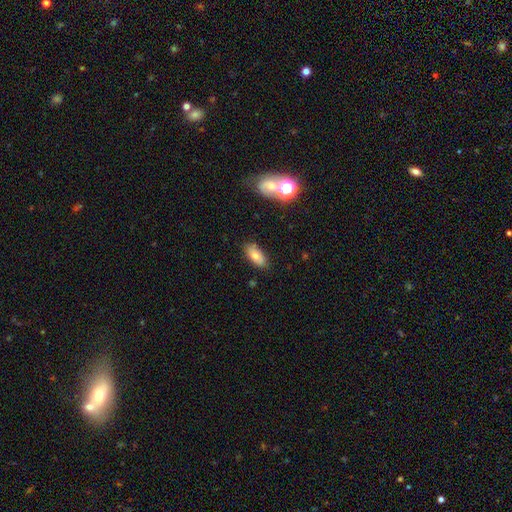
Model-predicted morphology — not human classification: smooth_or_featured: smooth (p=0.77) [alt: featured or disk p=0.14]
how_rounded: in between (p=0.88) [alt: cigar-shaped p=0.09]
merging: none (p=0.83) [alt: minor disturbance p=0.11]